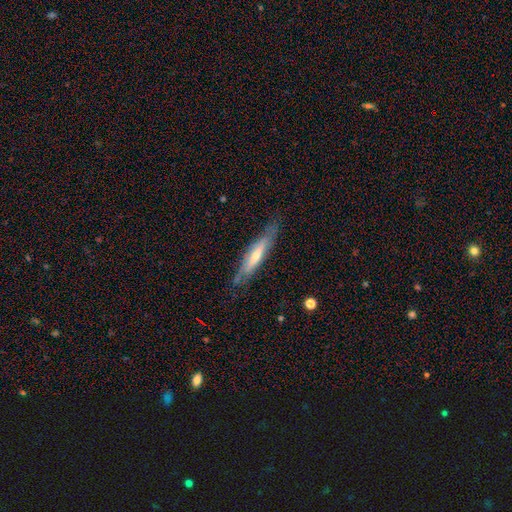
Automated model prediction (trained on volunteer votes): smooth_or_featured: featured or disk (p=0.58) [alt: smooth p=0.36]
disk_edge_on: yes (p=0.75) [alt: no p=0.25]
merging: none (p=0.75) [alt: minor disturbance p=0.18]